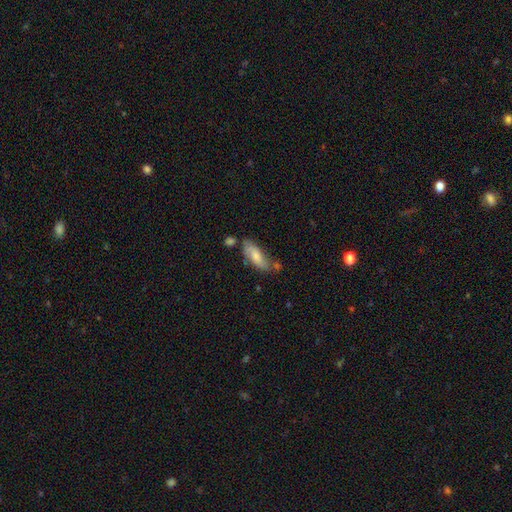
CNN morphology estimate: Overall: smooth (65%; featured or disk 28%). How rounded: in between (70%). Merging: none (55%; minor disturbance 24%).